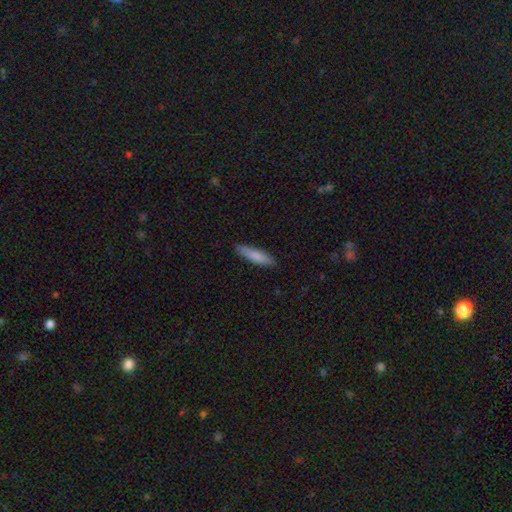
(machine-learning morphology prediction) smooth_or_featured: smooth (p=0.82) [alt: featured or disk p=0.13]
how_rounded: cigar-shaped (p=0.74) [alt: in between p=0.24]
merging: none (p=0.87) [alt: minor disturbance p=0.10]